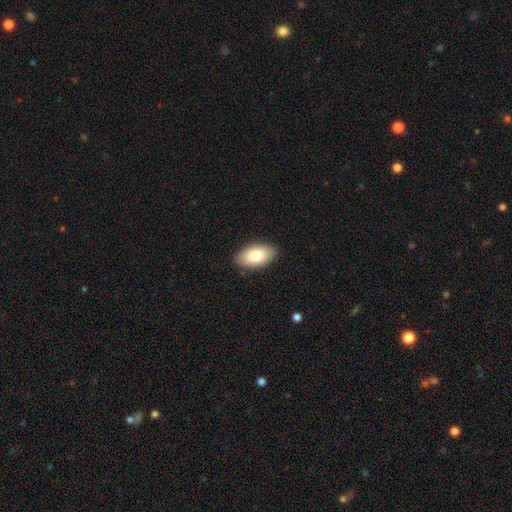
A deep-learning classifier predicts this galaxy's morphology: smooth_or_featured: smooth (p=0.83) [alt: featured or disk p=0.11]
how_rounded: in between (p=0.95) [alt: round p=0.03]
merging: none (p=0.88) [alt: minor disturbance p=0.09]